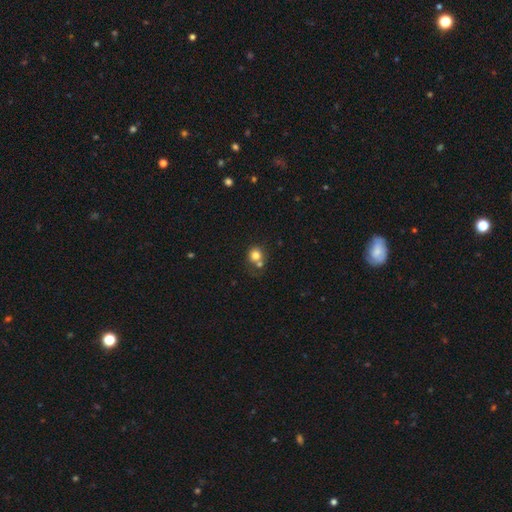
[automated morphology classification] smooth_or_featured: smooth (p=0.78) [alt: star or artifact p=0.12]
how_rounded: round (p=0.83) [alt: in between p=0.16]
merging: none (p=0.49) [alt: merger p=0.34]